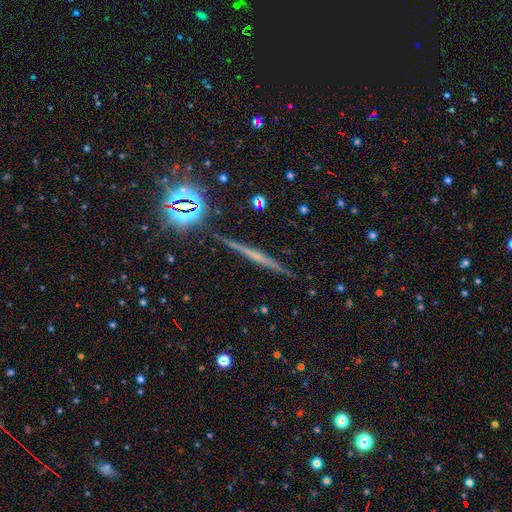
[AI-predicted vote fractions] Smooth or featured?
  - featured or disk: 53% *
  - smooth: 28%
  - star or artifact: 19%
Edge-on disk?
  - yes: 97% *
  - no: 3%
Edge-on bulge?
  - none: 74% *
  - rounded: 19%
  - boxy: 7%
Merging?
  - none: 91% *
  - minor disturbance: 6%
  - major disturbance: 1%
  - merger: 1%